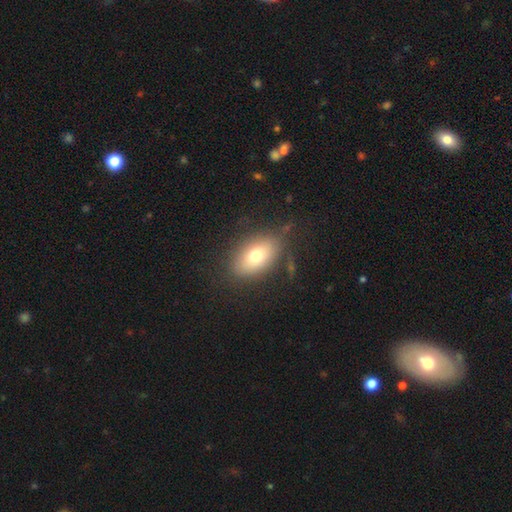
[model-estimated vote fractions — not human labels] This appears to be a smooth galaxy with no disk features (72%) that is in between round and cigar-shaped (87%). Merging: none (78%).